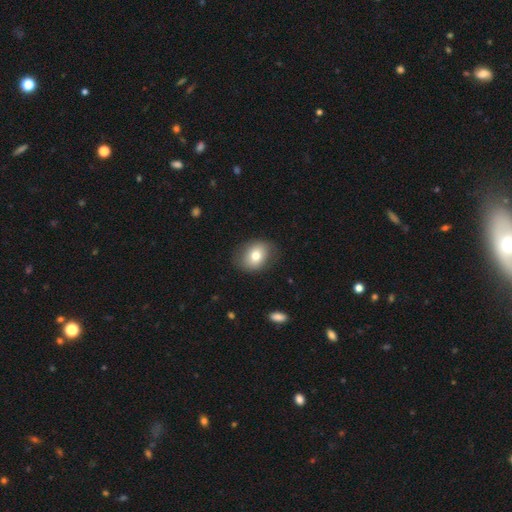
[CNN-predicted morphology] Q: Smooth or featured?
A: smooth (75%); runner-up: featured or disk (17%)
Q: How rounded?
A: in between (58%); runner-up: round (41%)
Q: Merging?
A: none (79%); runner-up: minor disturbance (15%)